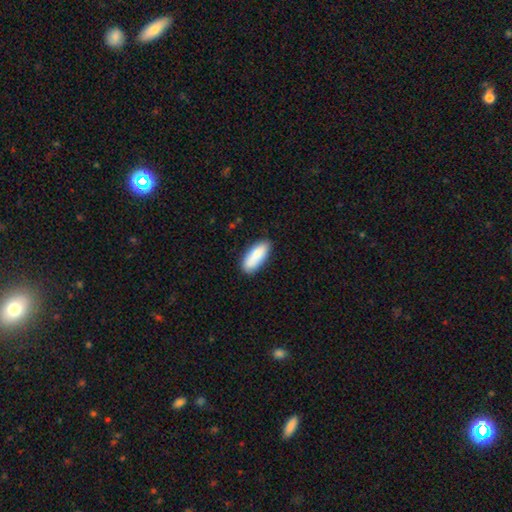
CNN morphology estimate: This appears to be a smooth galaxy with no disk features (83%) that is in between round and cigar-shaped (80%). Merging: none (83%).